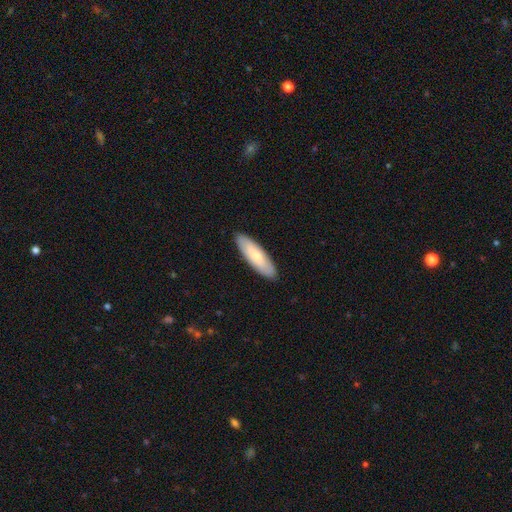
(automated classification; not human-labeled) The model was most divided on "how rounded": cigar-shaped: 51%, in between: 47%, round: 2%. More confident: merging — none (90%); smooth or featured — smooth (70%).